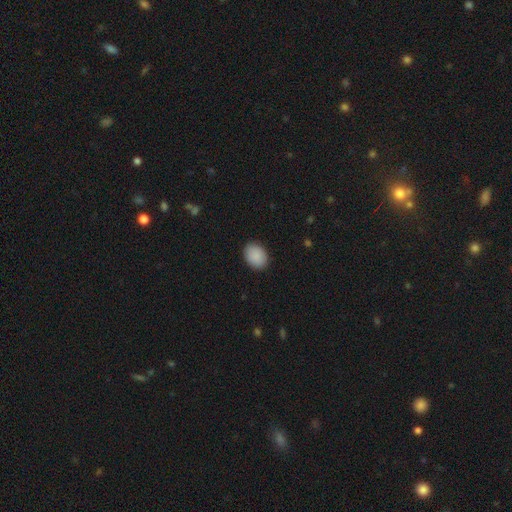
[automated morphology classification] Overall: smooth (90%). How rounded: in between (70%). Merging: none (89%).